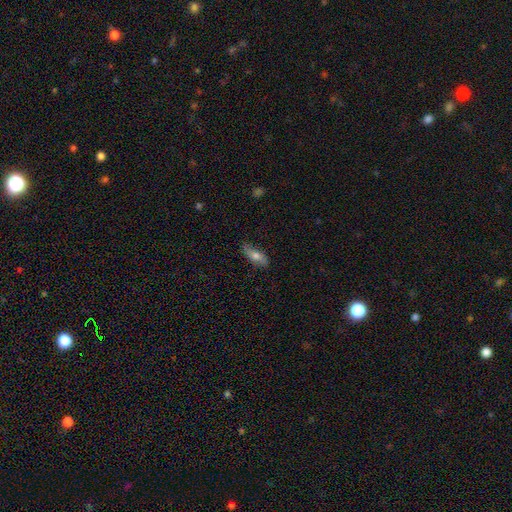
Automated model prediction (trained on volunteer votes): The model was most divided on "smooth or featured": smooth: 63%, featured or disk: 30%, star or artifact: 7%. More confident: merging — none (78%); how rounded — in between (71%).